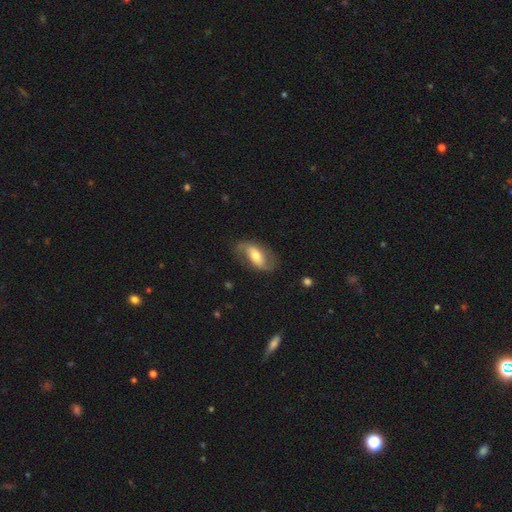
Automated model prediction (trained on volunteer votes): Overall: featured or disk (60%; smooth 34%). Edge-on disk: no (91%). Bar: no (37%; weak 34%). Spiral arms: yes (82%). Bulge size: moderate (61%; small 25%). Merging: none (69%).